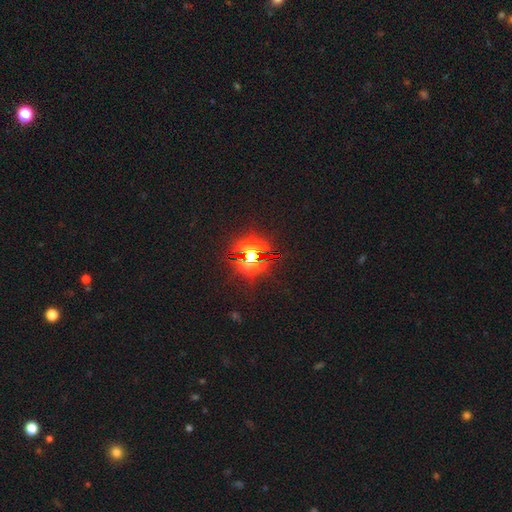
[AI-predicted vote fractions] Smooth or featured? Predicted: star or artifact (p=0.72).